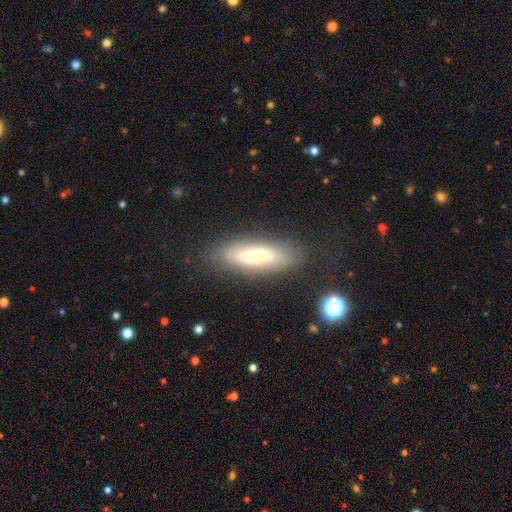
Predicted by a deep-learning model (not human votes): This appears to be a featured or disk galaxy (53%). Merging: none (78%).